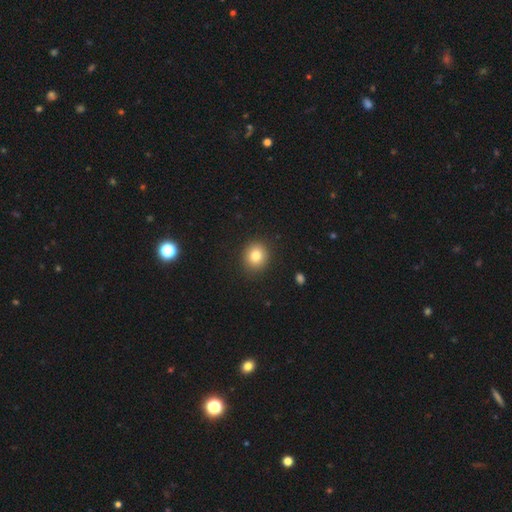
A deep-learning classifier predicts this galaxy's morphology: A smooth galaxy with no disk features (81%) that is round (83%).

Vote fractions:
- Smooth or featured? smooth: 81% / star or artifact: 10% / featured or disk: 8%
- How rounded? round: 83% / in between: 16% / cigar-shaped: 1%
- Merging? none: 90% / minor disturbance: 7% / major disturbance: 2% / merger: 1%